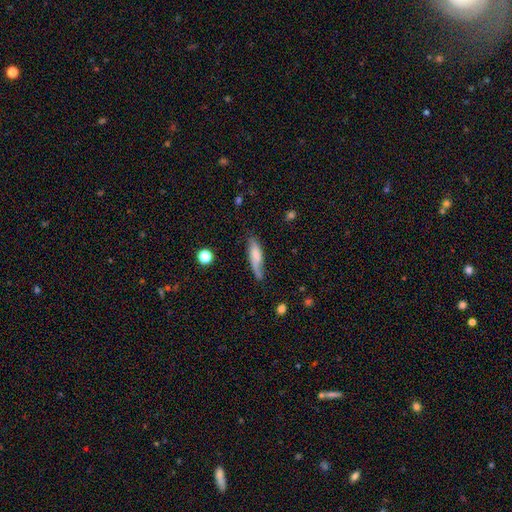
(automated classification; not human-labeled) Q: Smooth or featured?
A: smooth (62%); runner-up: featured or disk (31%)
Q: How rounded?
A: cigar-shaped (61%); runner-up: in between (37%)
Q: Merging?
A: none (52%); runner-up: minor disturbance (31%)